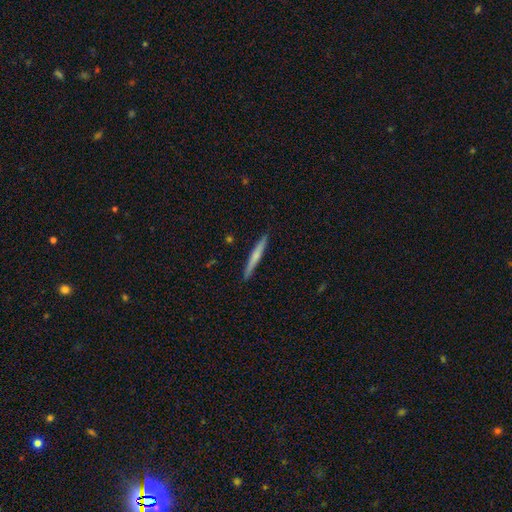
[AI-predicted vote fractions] This appears to be a smooth galaxy with no disk features (56%) that is cigar-shaped (96%). Merging: none (90%).